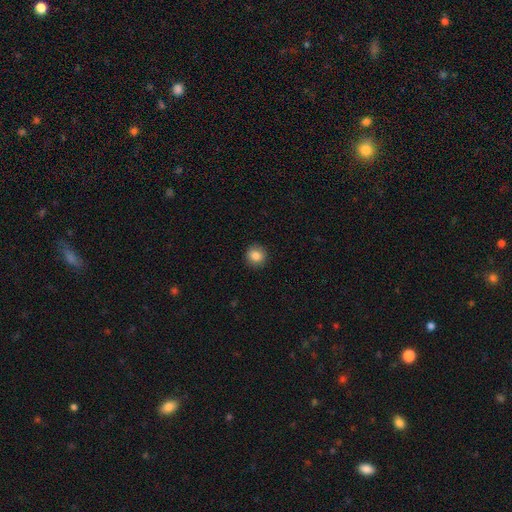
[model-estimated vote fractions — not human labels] Smooth or featured? Predicted: smooth (p=0.85). How rounded? Predicted: round (p=0.91). Merging? Predicted: none (p=0.91).